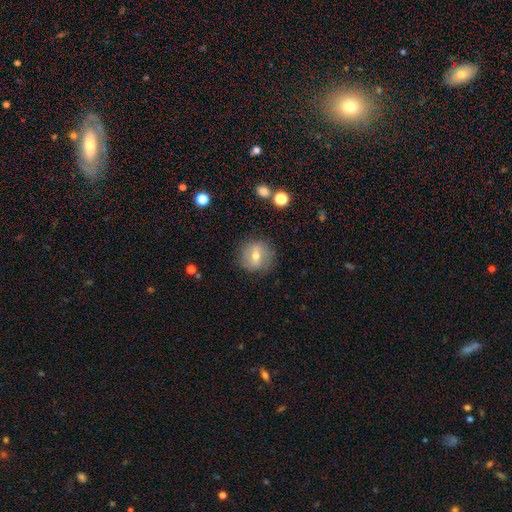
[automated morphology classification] A smooth galaxy with no disk features (50%). Merging: none (79%).